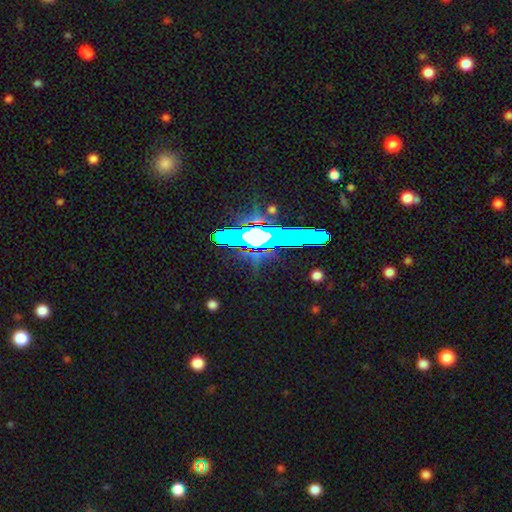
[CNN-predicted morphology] A star or artifact, not a galaxy (52%).

Vote fractions:
- Smooth or featured? star or artifact: 52% / featured or disk: 29% / smooth: 19%